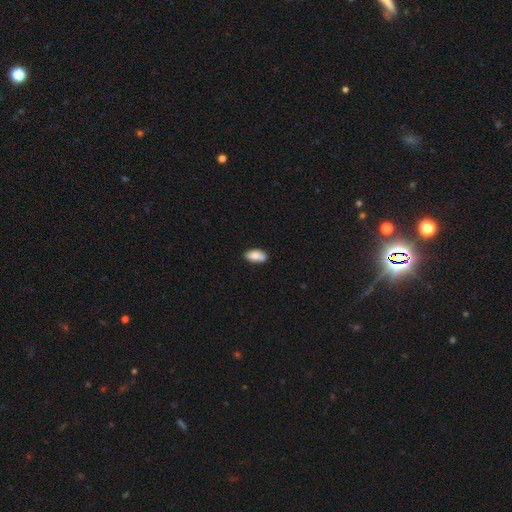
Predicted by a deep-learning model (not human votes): This appears to be a smooth galaxy with no disk features (84%) that is in between round and cigar-shaped (92%). Merging: none (72%).